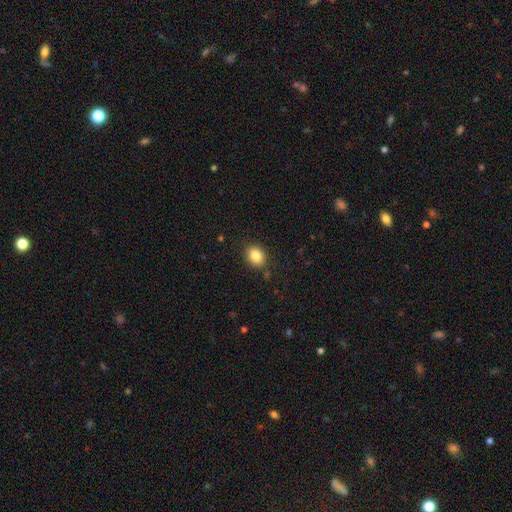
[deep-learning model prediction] The model was most divided on "how rounded": in between: 62%, round: 38%, cigar-shaped: 1%. More confident: merging — none (86%); smooth or featured — smooth (84%).